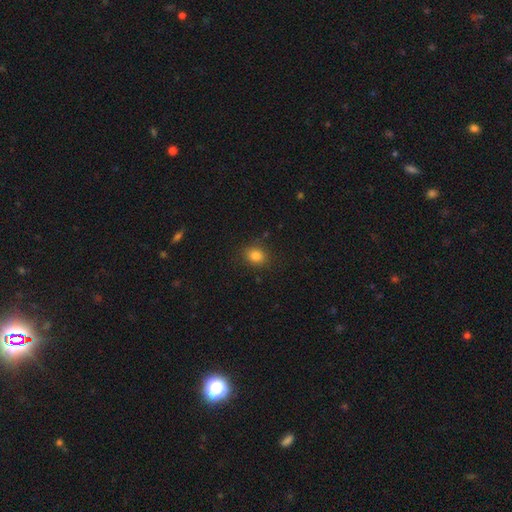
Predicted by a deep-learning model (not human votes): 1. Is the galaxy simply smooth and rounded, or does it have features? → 83% smooth, 12% star or artifact, 6% featured or disk.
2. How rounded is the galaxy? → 58% round, 41% in between, 1% cigar-shaped.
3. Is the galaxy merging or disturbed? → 84% none, 11% minor disturbance, 3% major disturbance, 1% merger.